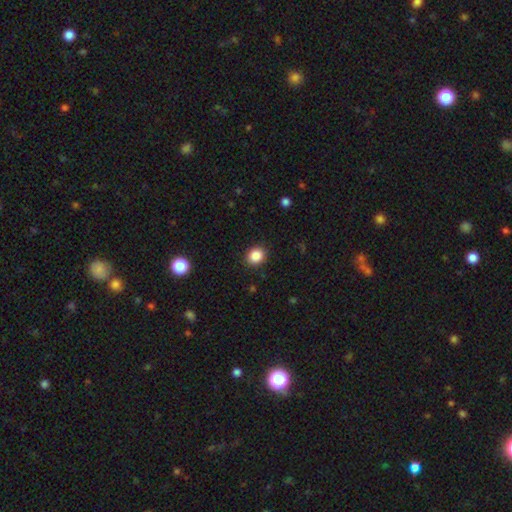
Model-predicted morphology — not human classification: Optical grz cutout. It shows a smooth galaxy with no disk features (87%) that is round (68%). Merging: none (90%).